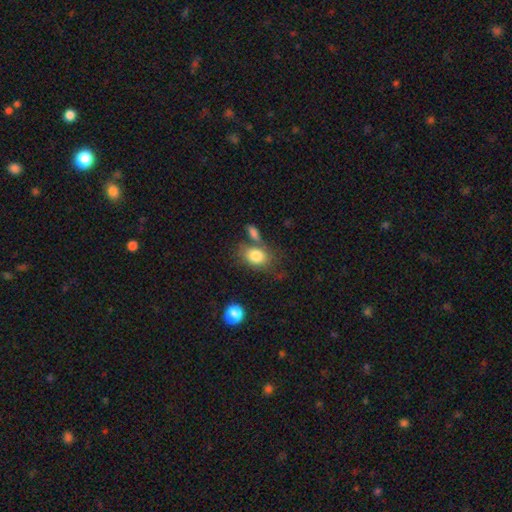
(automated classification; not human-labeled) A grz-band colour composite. It shows a smooth galaxy with no disk features (82%) that is in between round and cigar-shaped (71%). Merging: none (54%).